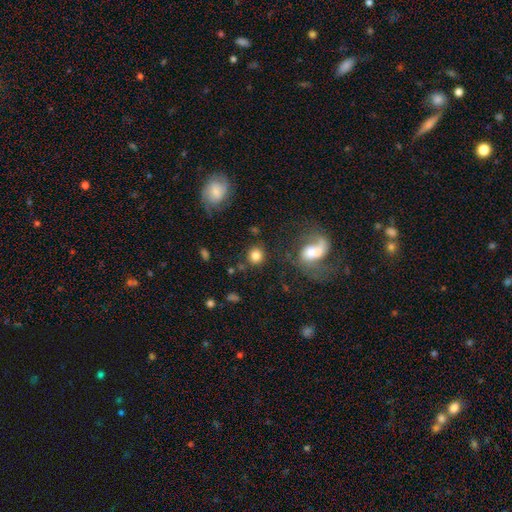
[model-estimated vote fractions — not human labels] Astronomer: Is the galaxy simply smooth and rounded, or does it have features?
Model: smooth — 80%.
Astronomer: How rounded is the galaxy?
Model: round — 88%.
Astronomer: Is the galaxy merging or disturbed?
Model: none — 80%.